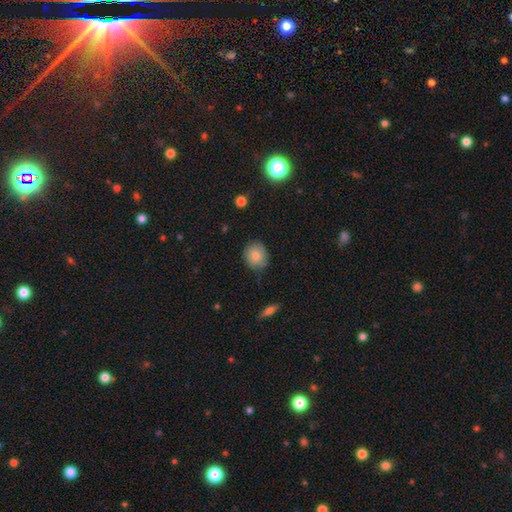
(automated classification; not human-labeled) Morphology: type=smooth (81%); roundness=round (73%); merging=none (76%).